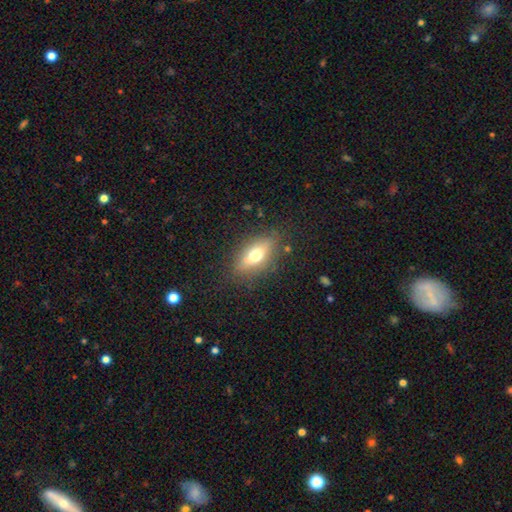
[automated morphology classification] Smooth or featured: smooth — 60% (featured or disk — 30%)
How rounded: in between — 75% (cigar-shaped — 18%)
Merging: none — 81% (minor disturbance — 13%)